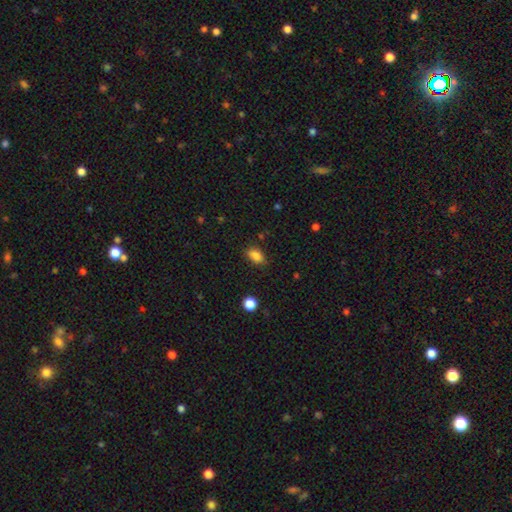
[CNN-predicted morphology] Smooth or featured? smooth (85%)
How rounded? in between (87%)
Merging? none (79%)